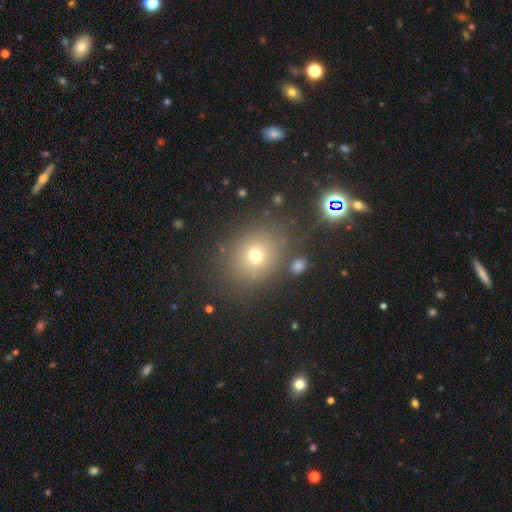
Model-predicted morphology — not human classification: The model was most divided on "how rounded": round: 66%, in between: 33%, cigar-shaped: 1%. More confident: merging — none (79%); smooth or featured — smooth (69%).